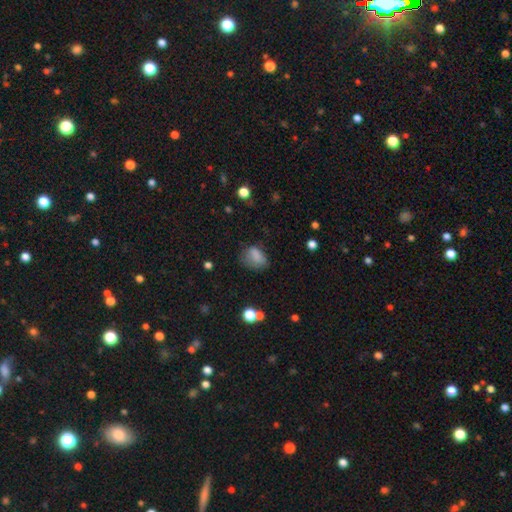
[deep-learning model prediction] smooth_or_featured: smooth (p=0.80) [alt: star or artifact p=0.11]
how_rounded: in between (p=0.72) [alt: round p=0.26]
merging: none (p=0.54) [alt: minor disturbance p=0.30]